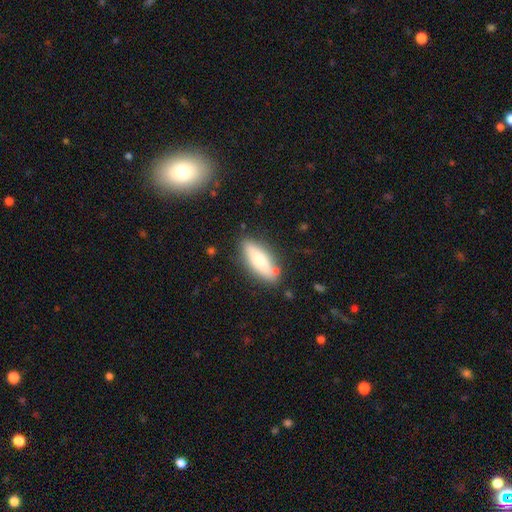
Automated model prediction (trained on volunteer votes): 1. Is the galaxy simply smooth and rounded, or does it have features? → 70% smooth, 22% featured or disk, 8% star or artifact.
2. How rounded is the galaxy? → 59% in between, 39% cigar-shaped, 2% round.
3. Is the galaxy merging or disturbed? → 80% none, 14% minor disturbance, 3% major disturbance, 3% merger.